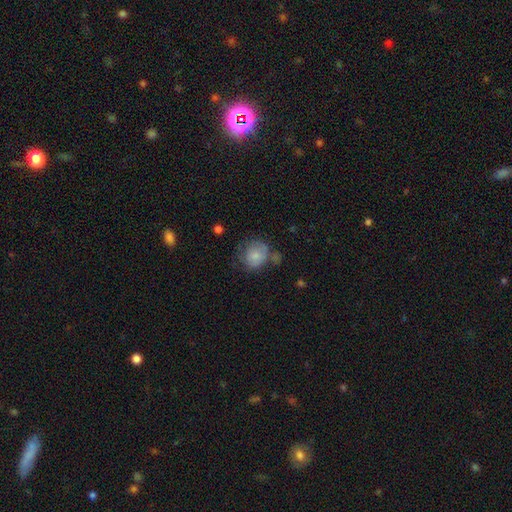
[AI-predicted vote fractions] Smooth or featured?
  - smooth: 75% *
  - featured or disk: 17%
  - star or artifact: 8%
How rounded?
  - round: 73% *
  - in between: 26%
  - cigar-shaped: 1%
Merging?
  - none: 46% *
  - minor disturbance: 28%
  - major disturbance: 15%
  - merger: 11%